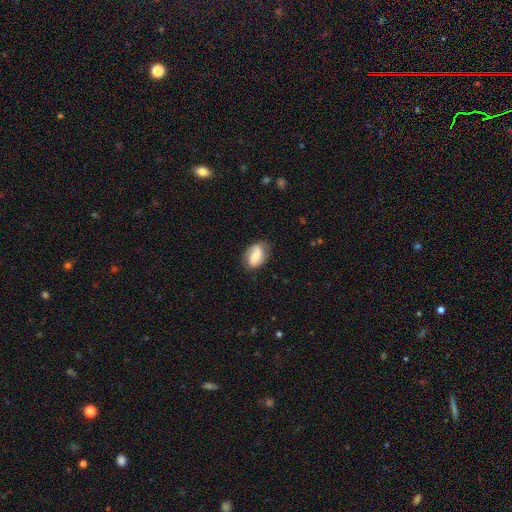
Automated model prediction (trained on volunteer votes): Smooth or featured? Predicted: smooth (p=0.50). How rounded? Predicted: in between (p=0.84). Merging? Predicted: none (p=0.71).